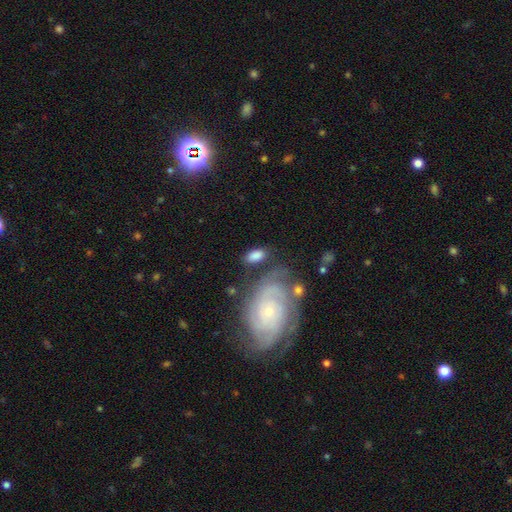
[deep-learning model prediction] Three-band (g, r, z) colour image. It shows a smooth galaxy with no disk features (73%) that is in between round and cigar-shaped (90%). Merging: none (65%).